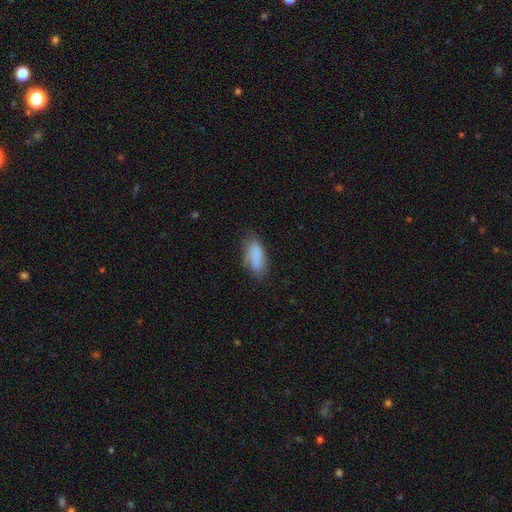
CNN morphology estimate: This appears to be a smooth galaxy with no disk features (84%) that is in between round and cigar-shaped (80%). Merging: none (65%).